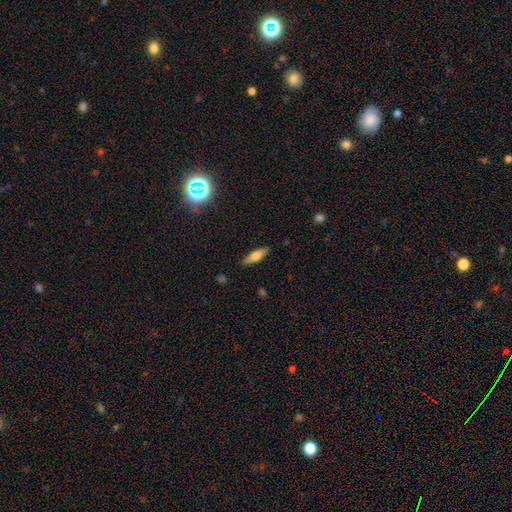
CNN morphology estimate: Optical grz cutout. It shows a smooth galaxy with no disk features (60%) that is cigar-shaped (54%). Merging: none (87%).